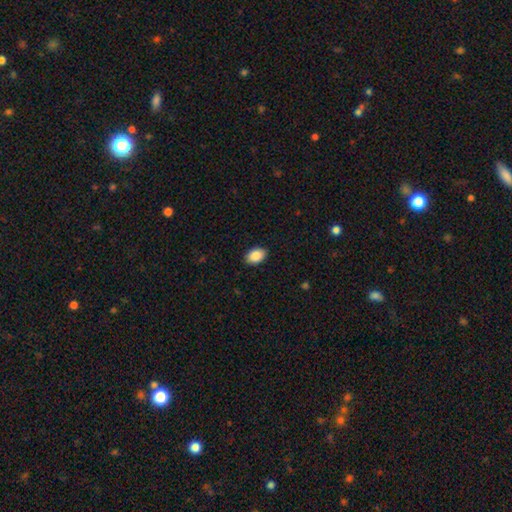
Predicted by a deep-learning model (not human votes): Overall: smooth (89%). How rounded: in between (86%). Merging: none (89%).